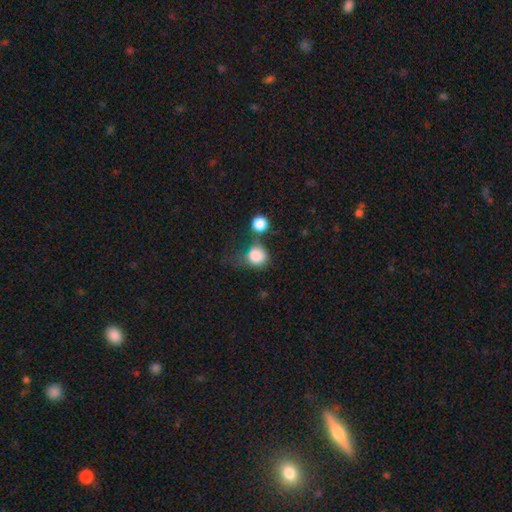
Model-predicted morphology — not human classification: Smooth or featured: smooth — 82% (star or artifact — 10%)
How rounded: round — 74% (in between — 24%)
Merging: none — 36% (merger — 23%)